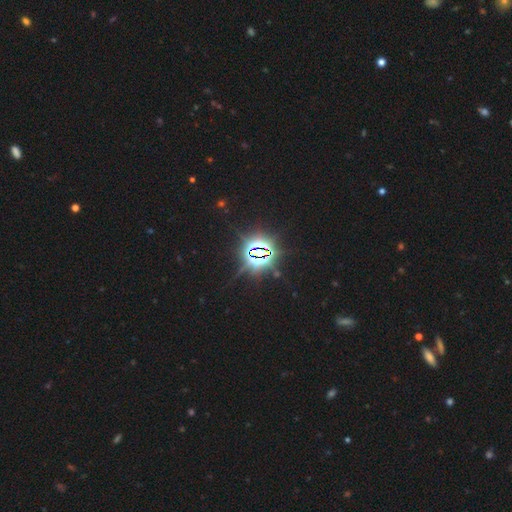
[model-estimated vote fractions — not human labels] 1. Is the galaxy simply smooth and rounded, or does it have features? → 84% star or artifact, 9% smooth, 7% featured or disk.